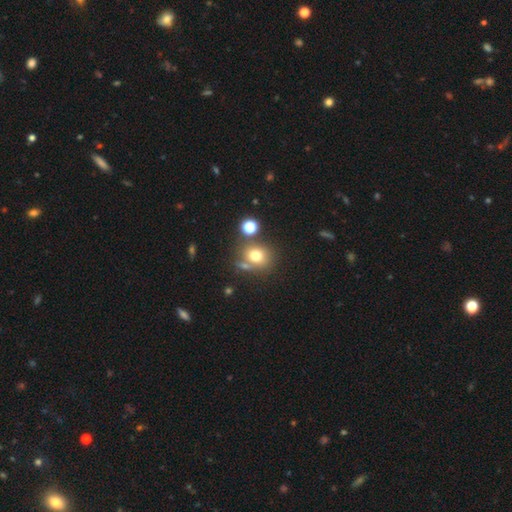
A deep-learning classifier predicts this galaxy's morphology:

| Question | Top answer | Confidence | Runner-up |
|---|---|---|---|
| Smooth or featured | smooth | 73% | star or artifact (15%) |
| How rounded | round | 71% | in between (28%) |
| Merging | none | 63% | merger (18%) |